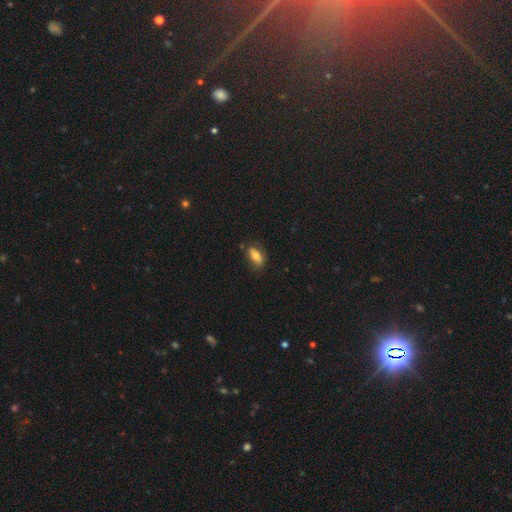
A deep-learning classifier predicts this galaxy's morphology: Smooth or featured? Predicted: smooth (p=0.73). How rounded? Predicted: in between (p=0.85). Merging? Predicted: none (p=0.70).